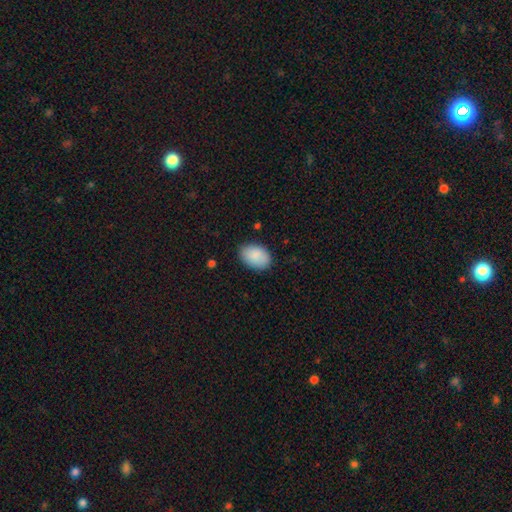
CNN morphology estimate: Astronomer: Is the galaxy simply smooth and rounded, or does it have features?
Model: smooth — 89%.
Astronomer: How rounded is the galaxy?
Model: in between — 87%.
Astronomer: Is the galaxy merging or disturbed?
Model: none — 83%.